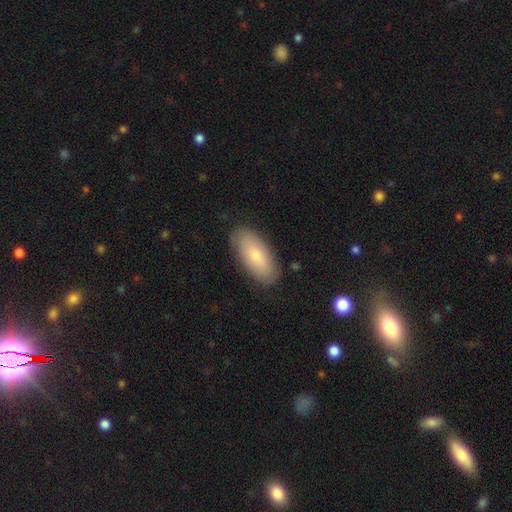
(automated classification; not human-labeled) Smooth or featured?
  - smooth: 74% *
  - featured or disk: 20%
  - star or artifact: 6%
How rounded?
  - in between: 88% *
  - cigar-shaped: 9%
  - round: 2%
Merging?
  - none: 85% *
  - minor disturbance: 11%
  - major disturbance: 2%
  - merger: 1%